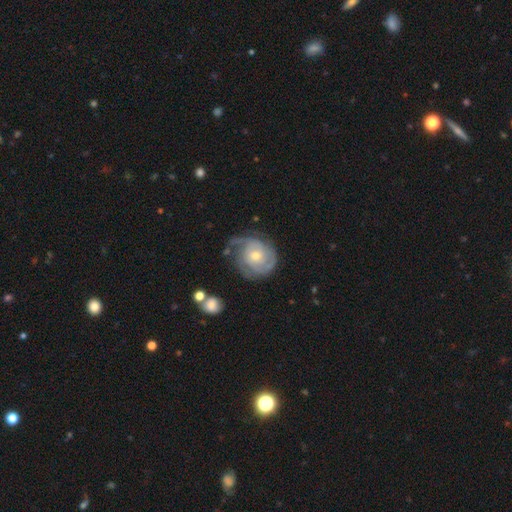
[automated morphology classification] Smooth or featured? featured or disk (78%)
Edge-on disk? no (98%)
Bar? no (76%)
Spiral arms? yes (91%)
Spiral winding? tight (59%)
Spiral arm count? 2 (31%)
Bulge size? moderate (50%)
Merging? none (54%)